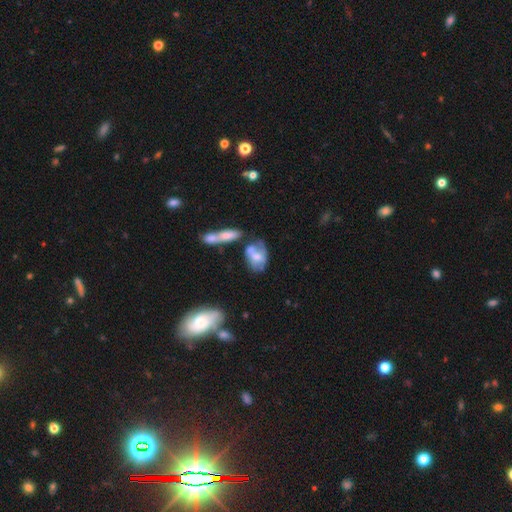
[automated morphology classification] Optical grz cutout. It shows a smooth galaxy with no disk features (47%). Merging: none (32%).